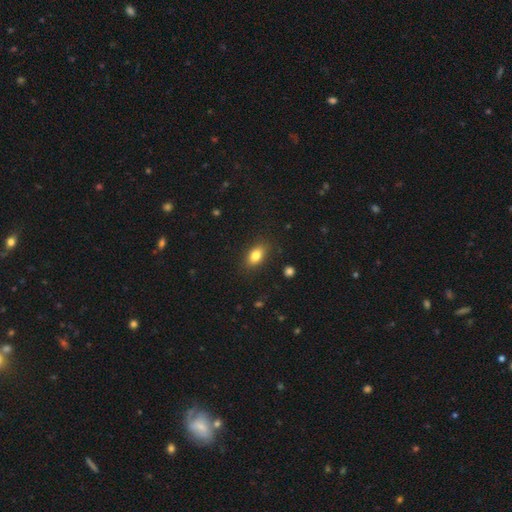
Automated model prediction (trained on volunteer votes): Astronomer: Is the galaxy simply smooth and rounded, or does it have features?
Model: smooth — 81%.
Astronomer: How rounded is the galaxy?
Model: in between — 84%.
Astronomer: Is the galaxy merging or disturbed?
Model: none — 85%.